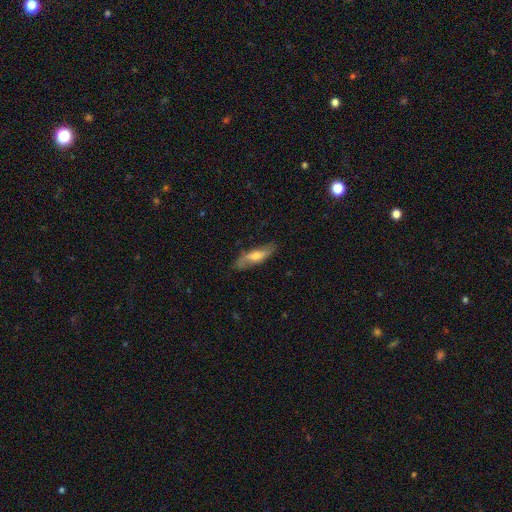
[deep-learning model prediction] featured or disk 54%, smooth 39%, star or artifact 7%. Down the decision tree: edge-on disk — no (57%); merging — none (78%).